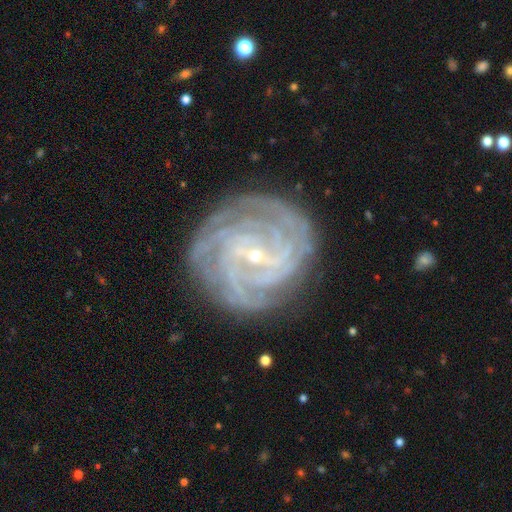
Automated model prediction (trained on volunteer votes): A featured or disk galaxy (90%) with a weak bar (43%), 4 (32%) tight (78%) spiral arms (98%) and a small central bulge (85%).

Vote fractions:
- Smooth or featured? featured or disk: 90% / star or artifact: 6% / smooth: 4%
- Edge-on disk? no: 98% / yes: 2%
- Bar? weak: 43% / no: 35% / strong: 22%
- Spiral arms? yes: 98% / no: 2%
- Spiral winding? tight: 78% / medium: 19% / loose: 3%
- Spiral arm count? 4: 32% / can't tell: 18% / more than 4: 17% / 3: 15% / 2: 10% / 1: 8%
- Bulge size? small: 85% / moderate: 11% / none: 1% / large: 1% / dominant: 1%
- Merging? none: 81% / minor disturbance: 14% / major disturbance: 4% / merger: 1%